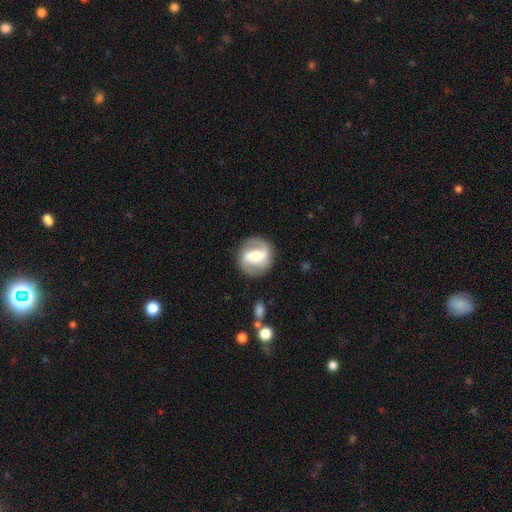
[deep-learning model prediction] smooth-or-featured: featured or disk: 68% | smooth: 25% | star or artifact: 6%
  disk-edge-on: no: 95% | yes: 5%
    bar: strong: 49% | weak: 34% | no: 17%
    has-spiral-arms: yes: 82% | no: 18%
      spiral-winding: medium: 41% | loose: 36% | tight: 22%
      spiral-arm-count: 2: 86% | can't tell: 6% | 1: 4% | 3: 2% | 4: 1% | more than 4: 1%
    bulge-size: moderate: 50% | small: 27% | large: 17% | none: 3% | dominant: 3%
  merging: none: 82% | minor disturbance: 11% | major disturbance: 5% | merger: 2%